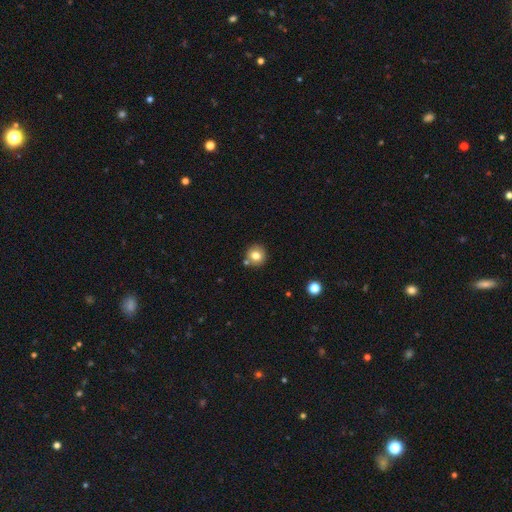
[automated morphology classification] type=smooth (78%); roundness=round (90%); merging=none (79%).